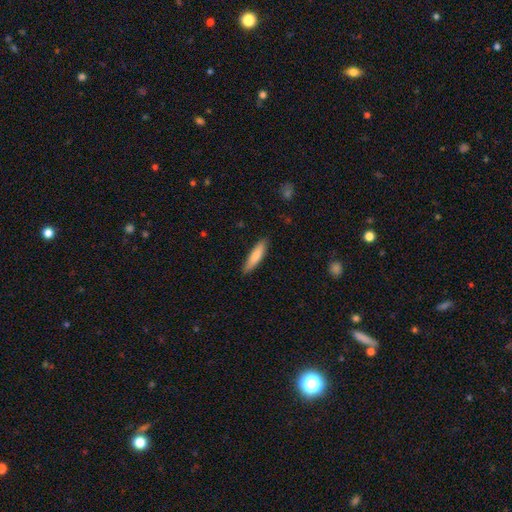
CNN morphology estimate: This is clearly a smooth galaxy (80%). How rounded: likely cigar-shaped (77%). Merging: clearly none (86%).